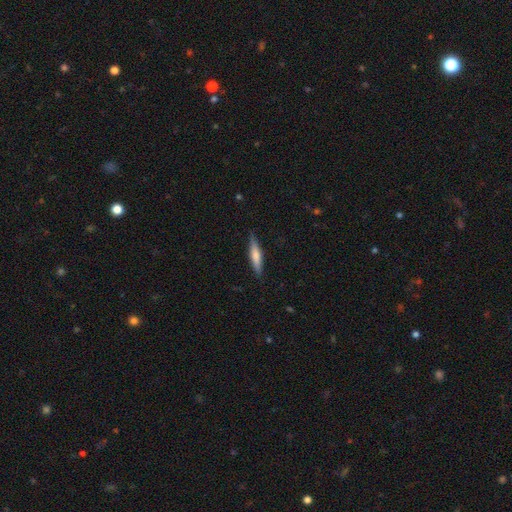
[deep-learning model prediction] smooth-or-featured: smooth: 56% | featured or disk: 38% | star or artifact: 6%
  how-rounded: cigar-shaped: 87% | in between: 12% | round: 2%
  merging: none: 87% | minor disturbance: 10% | major disturbance: 2% | merger: 1%